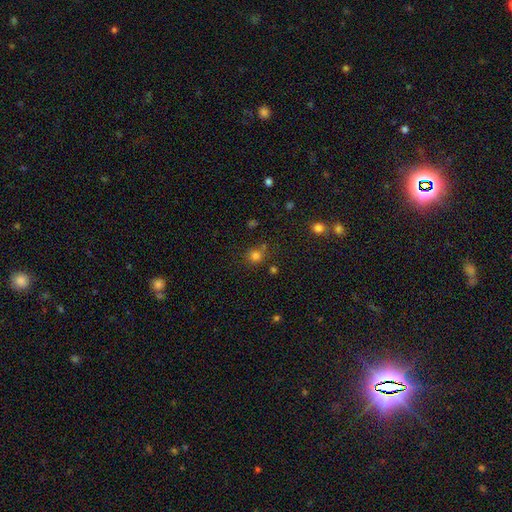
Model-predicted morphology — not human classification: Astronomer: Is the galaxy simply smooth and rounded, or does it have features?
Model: smooth — 77%.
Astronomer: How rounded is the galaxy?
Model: round — 85%.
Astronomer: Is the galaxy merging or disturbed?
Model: none — 68%.